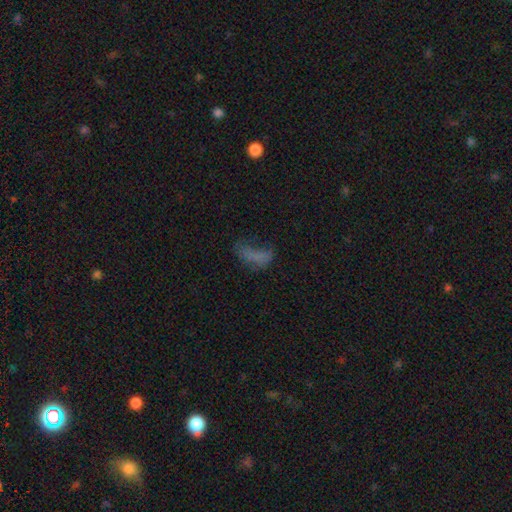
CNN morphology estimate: This appears to be a smooth galaxy with no disk features (56%) that is in between round and cigar-shaped (75%). Merging: major disturbance (41%).